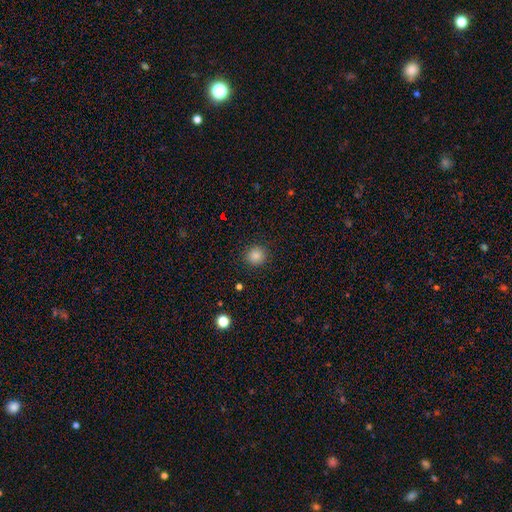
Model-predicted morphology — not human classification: The model was most divided on "smooth or featured": smooth: 85%, star or artifact: 11%, featured or disk: 4%. More confident: how rounded — round (92%); merging — none (91%).